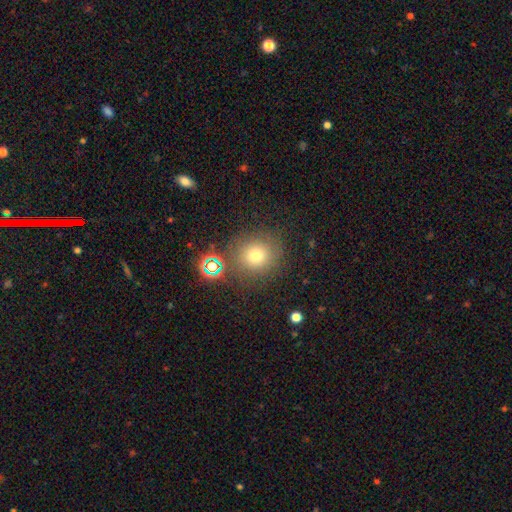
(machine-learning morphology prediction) Smooth or featured? smooth (69%)
How rounded? round (90%)
Merging? none (80%)